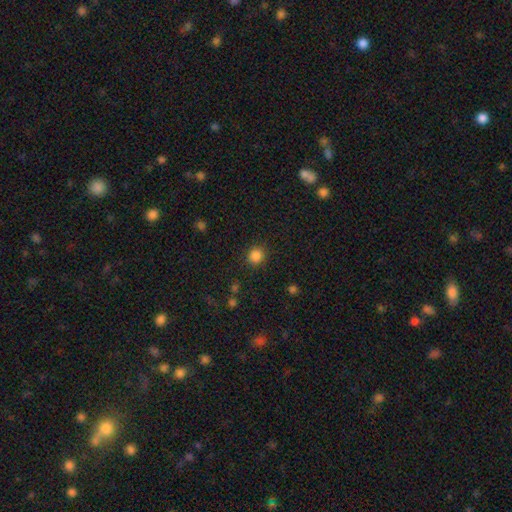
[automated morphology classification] Overall: smooth (85%). How rounded: round (90%). Merging: none (89%).